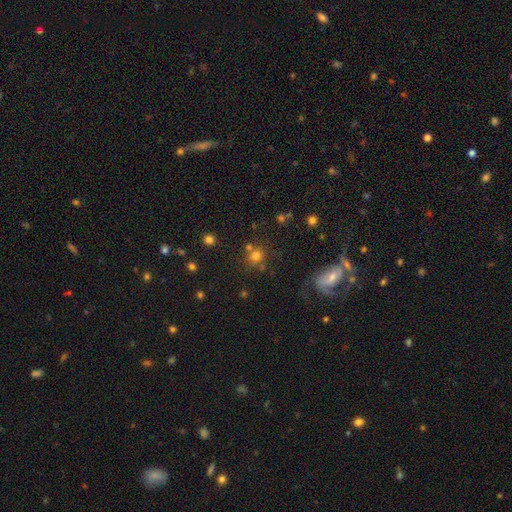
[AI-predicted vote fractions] This appears to be a smooth galaxy with no disk features (71%) that is round (87%). Merging: none (67%).